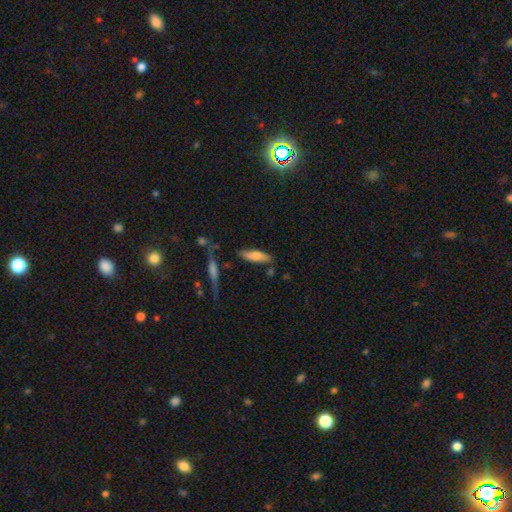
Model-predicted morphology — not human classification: This appears to be a smooth galaxy with no disk features (69%) that is cigar-shaped (52%). Merging: none (73%).